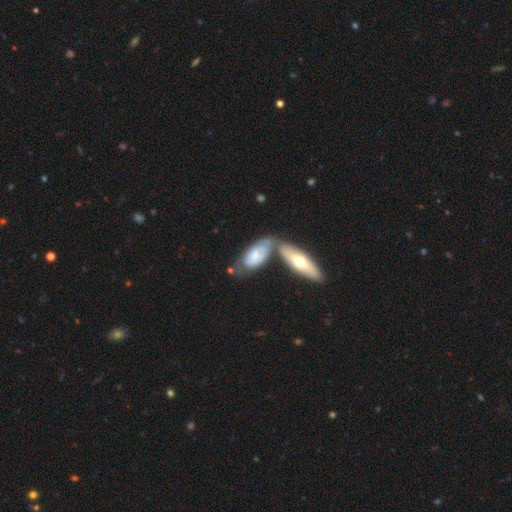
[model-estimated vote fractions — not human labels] Morphology: type=smooth (52%); roundness=in between (82%); merging=merger (40%).